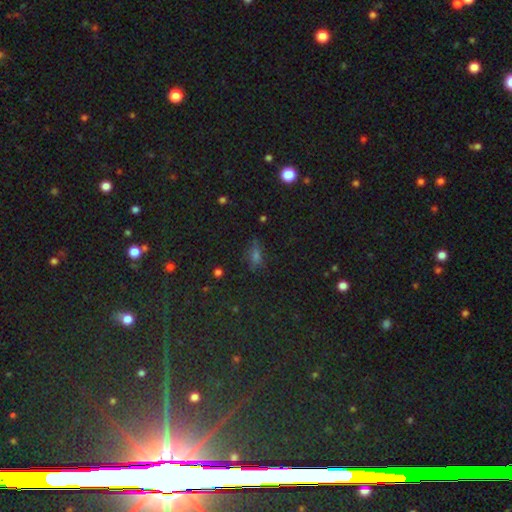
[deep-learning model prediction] A smooth galaxy with no disk features (46%). Merging: none (74%).